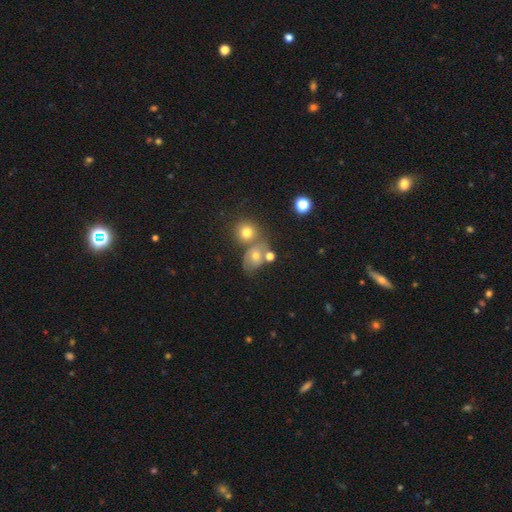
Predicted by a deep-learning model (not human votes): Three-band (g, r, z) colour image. It shows a smooth galaxy with no disk features (56%) that is round (50%). Merging: none (41%).